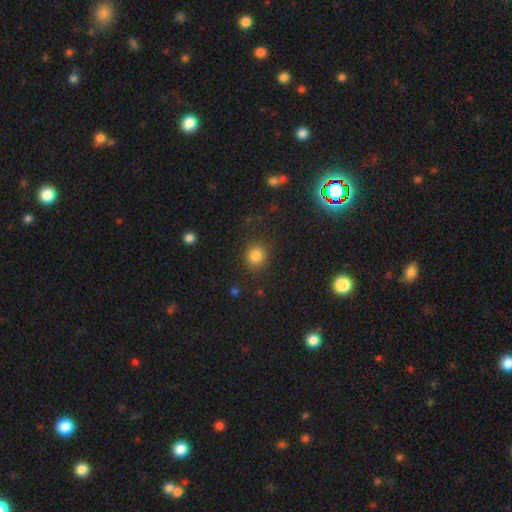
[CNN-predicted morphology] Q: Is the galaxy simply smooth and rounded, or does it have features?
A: smooth — 82%.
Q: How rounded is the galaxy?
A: round — 82%.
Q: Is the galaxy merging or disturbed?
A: none — 86%.